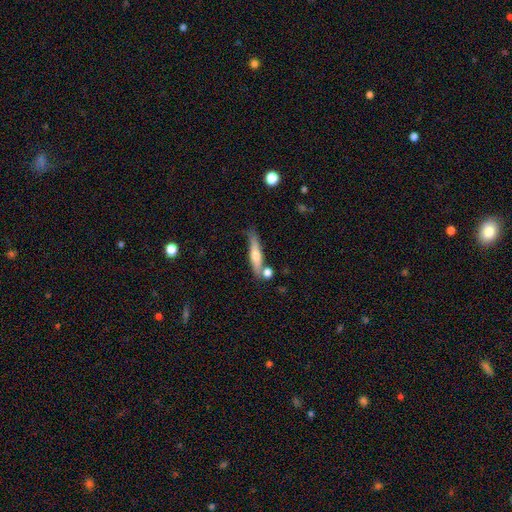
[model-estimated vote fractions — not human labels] A smooth galaxy with no disk features (50%).

Vote fractions:
- Smooth or featured? smooth: 50% / featured or disk: 44% / star or artifact: 7%
- Merging? none: 61% / minor disturbance: 21% / merger: 12% / major disturbance: 6%